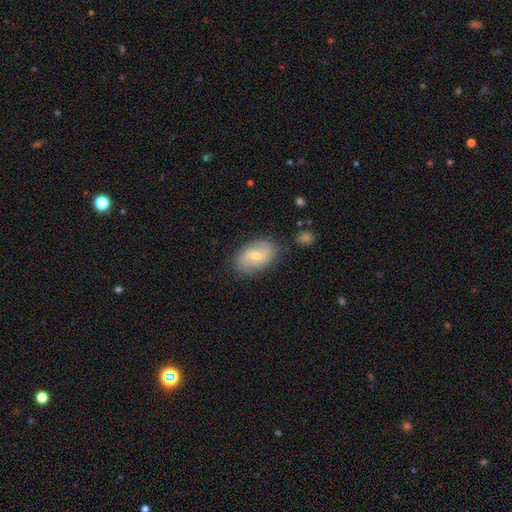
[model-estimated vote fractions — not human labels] A featured or disk galaxy (58%) with a weak bar (58%), spiral arms (80%) and a small central bulge (59%).

Vote fractions:
- Smooth or featured? featured or disk: 58% / smooth: 35% / star or artifact: 7%
- Edge-on disk? no: 95% / yes: 5%
- Bar? weak: 58% / no: 23% / strong: 19%
- Spiral arms? yes: 80% / no: 20%
- Bulge size? small: 59% / moderate: 36% / none: 2% / large: 2% / dominant: 1%
- Merging? none: 79% / minor disturbance: 15% / major disturbance: 4% / merger: 2%